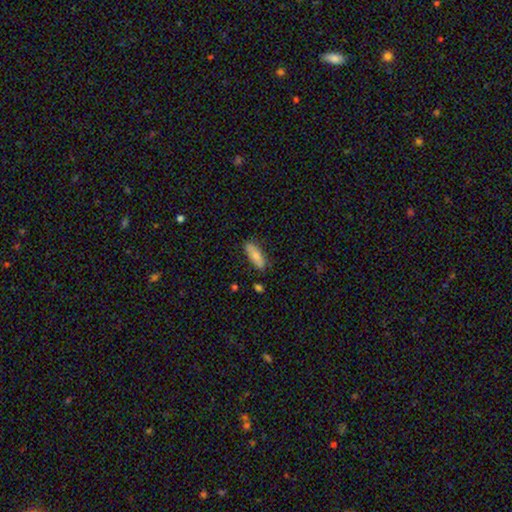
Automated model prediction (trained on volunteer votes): smooth 75%, featured or disk 18%, star or artifact 6%. Down the decision tree: how rounded — in between (58%); merging — none (80%).